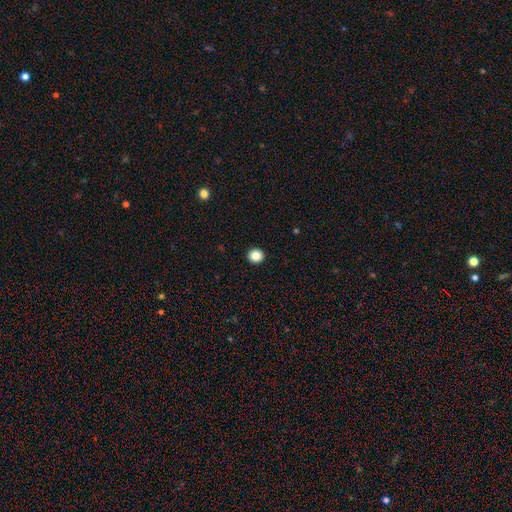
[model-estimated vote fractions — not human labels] Smooth or featured: smooth — 88% (star or artifact — 9%)
How rounded: round — 93% (in between — 6%)
Merging: none — 94% (minor disturbance — 4%)